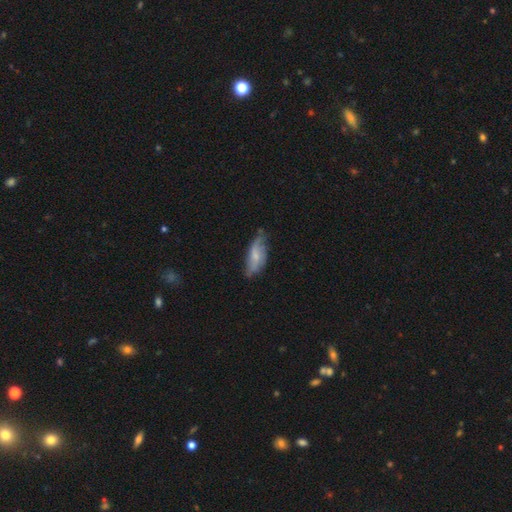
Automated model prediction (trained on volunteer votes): Smooth or featured? smooth (49%)
Merging? none (49%)